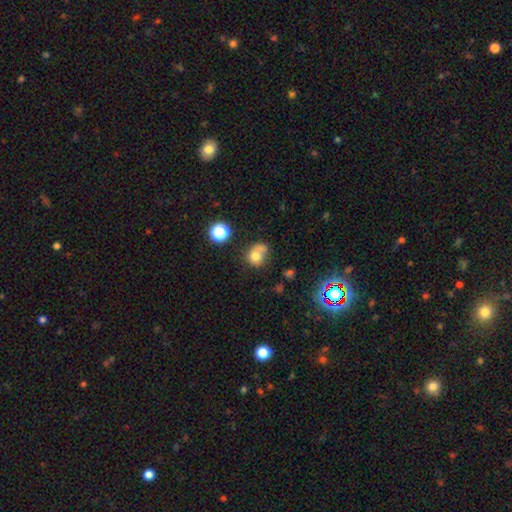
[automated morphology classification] smooth_or_featured: smooth (p=0.70) [alt: featured or disk p=0.16]
how_rounded: round (p=0.69) [alt: in between p=0.30]
merging: none (p=0.41) [alt: minor disturbance p=0.23]